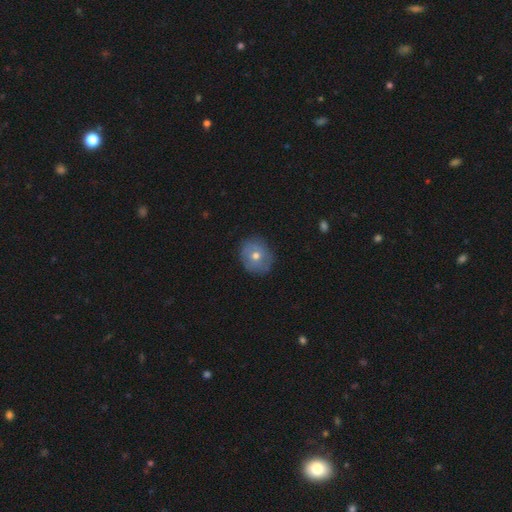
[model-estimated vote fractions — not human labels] This appears to be a smooth galaxy with no disk features (59%) that is round (78%). Merging: none (84%).